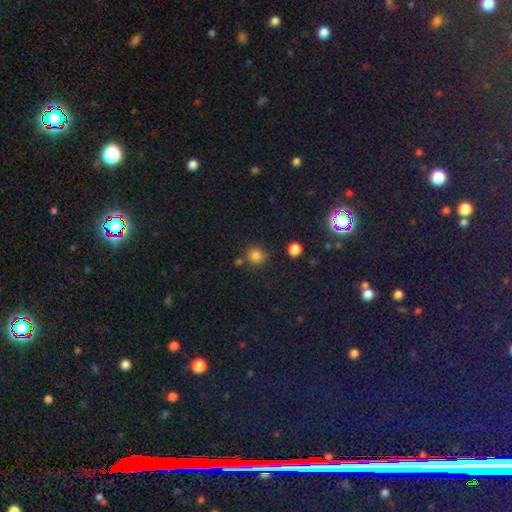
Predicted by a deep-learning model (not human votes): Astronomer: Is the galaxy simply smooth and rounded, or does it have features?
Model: smooth — 81%.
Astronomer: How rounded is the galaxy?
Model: round — 89%.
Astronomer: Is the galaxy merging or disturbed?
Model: none — 78%.